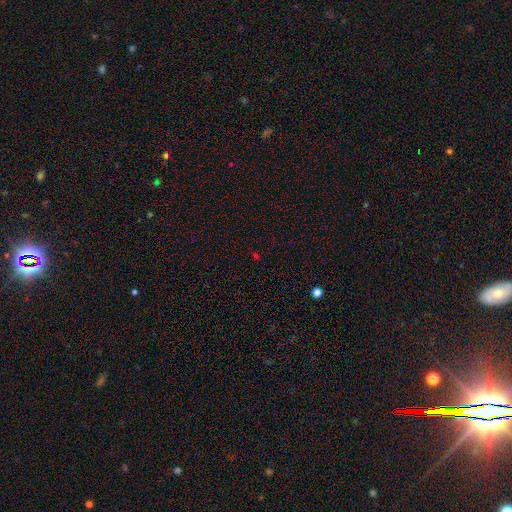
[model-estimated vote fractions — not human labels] Overall: star or artifact (60%; smooth 33%).